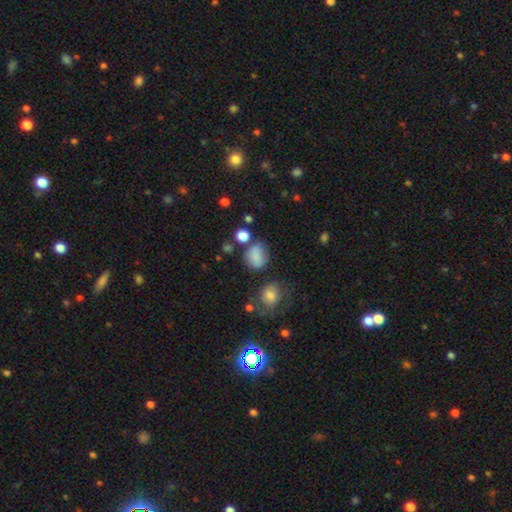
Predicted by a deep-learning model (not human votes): smooth 79%, star or artifact 12%, featured or disk 9%. Down the decision tree: how rounded — round (54%); merging — none (61%).